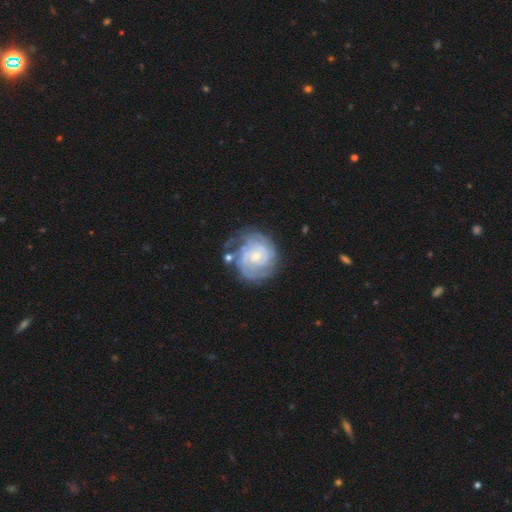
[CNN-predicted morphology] featured or disk 81%, smooth 13%, star or artifact 6%. Down the decision tree: edge-on disk — no (98%); bar — no (70%); spiral arms — yes (94%); spiral arm count — can't tell (37%); spiral winding — tight (73%); bulge size — small (63%); merging — none (60%).